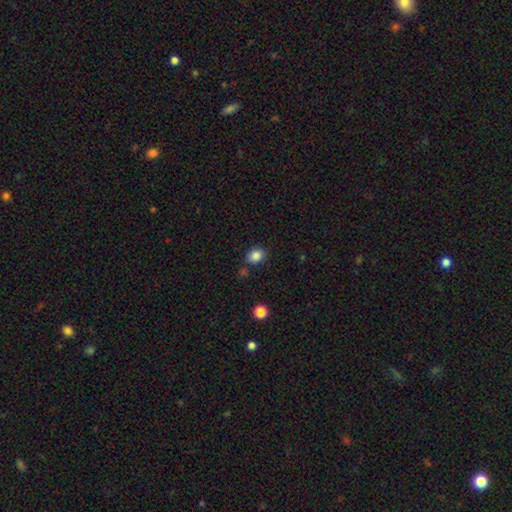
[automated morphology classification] Smooth or featured: smooth — 85% (star or artifact — 11%)
How rounded: round — 56% (in between — 43%)
Merging: none — 80% (minor disturbance — 12%)